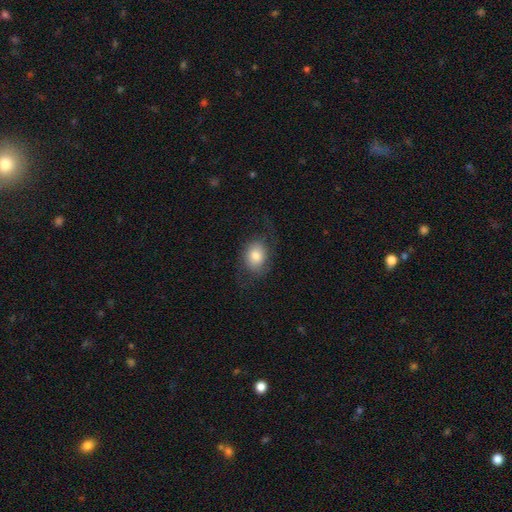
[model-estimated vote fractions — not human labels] The model was most divided on "how rounded": in between: 56%, round: 43%, cigar-shaped: 1%. More confident: smooth or featured — smooth (71%); merging — none (60%).